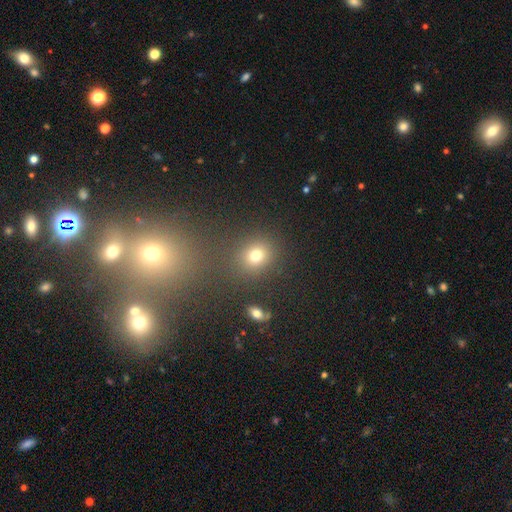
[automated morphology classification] A smooth galaxy with no disk features (72%) that is round (71%). Merging: none (81%).